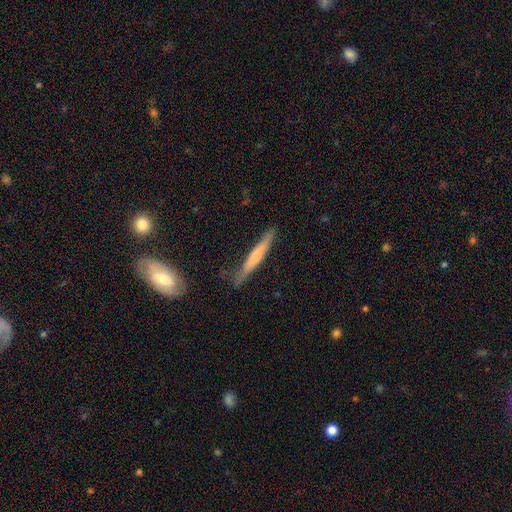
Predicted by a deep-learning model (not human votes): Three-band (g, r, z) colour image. It shows a smooth galaxy with no disk features (57%) that is cigar-shaped (95%). Merging: none (74%).